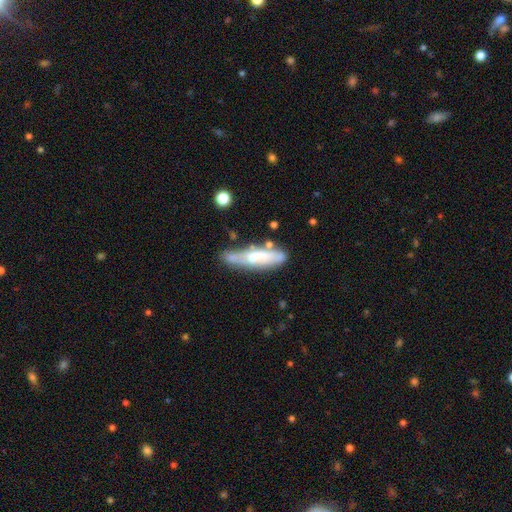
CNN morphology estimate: smooth-or-featured: smooth: 53% | featured or disk: 40% | star or artifact: 7%
  how-rounded: cigar-shaped: 69% | in between: 29% | round: 2%
  merging: none: 53% | minor disturbance: 25% | merger: 13% | major disturbance: 9%